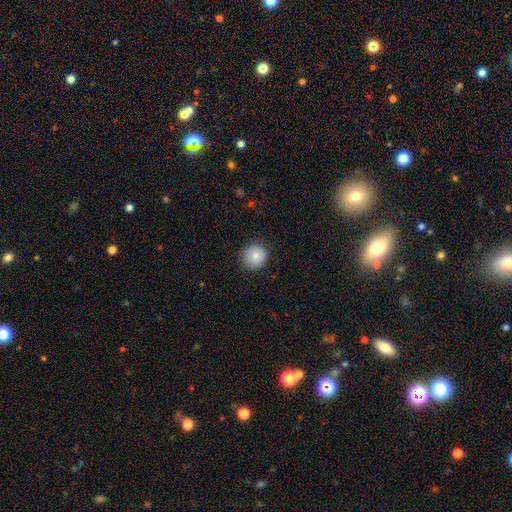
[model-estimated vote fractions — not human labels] Q: Smooth or featured?
A: smooth (85%); runner-up: star or artifact (8%)
Q: How rounded?
A: round (89%); runner-up: in between (10%)
Q: Merging?
A: none (86%); runner-up: minor disturbance (11%)